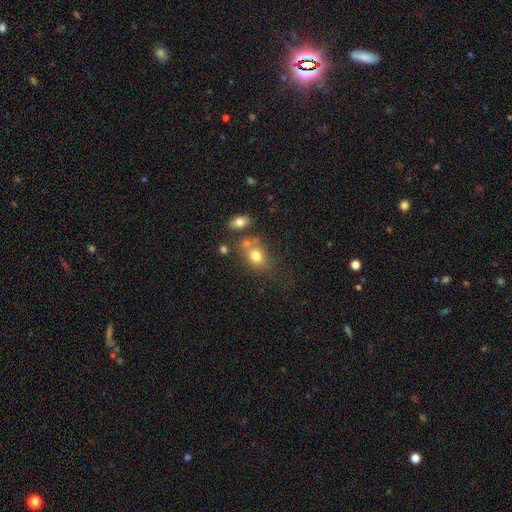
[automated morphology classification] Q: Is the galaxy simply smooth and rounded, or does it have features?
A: smooth — 77%.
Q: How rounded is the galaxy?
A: in between — 58%.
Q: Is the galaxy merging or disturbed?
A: none — 52%.